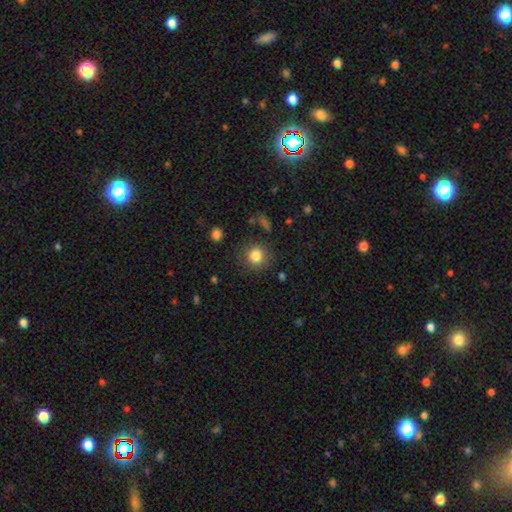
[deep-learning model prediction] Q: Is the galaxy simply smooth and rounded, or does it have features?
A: smooth — 83%.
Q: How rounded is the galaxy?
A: round — 90%.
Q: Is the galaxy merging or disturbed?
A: none — 84%.